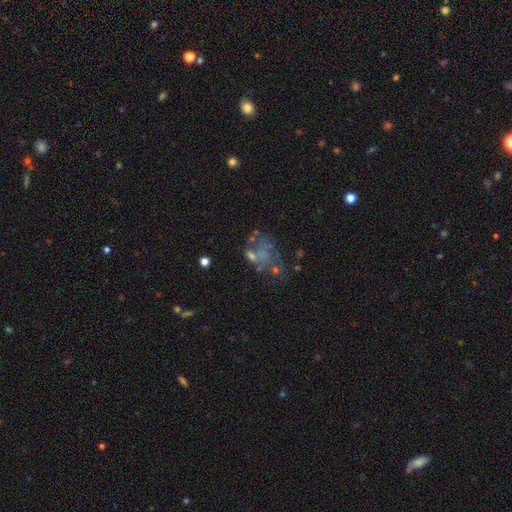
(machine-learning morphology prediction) A featured or disk galaxy (52%) with no bar (90%), no spiral arms (88%) and no central bulge (71%). Merging: none (33%, tied with major disturbance).